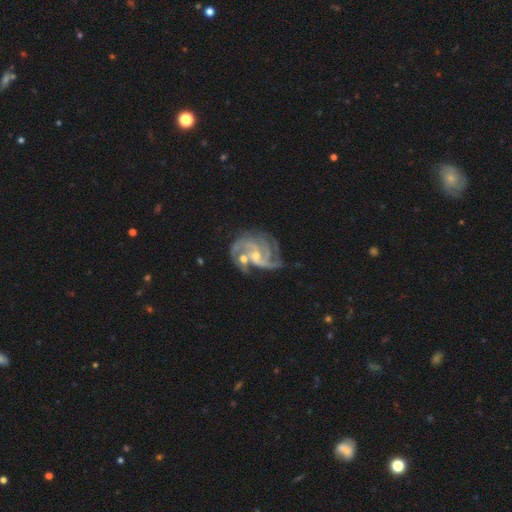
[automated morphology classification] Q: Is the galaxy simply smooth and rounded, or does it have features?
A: featured or disk — 91%.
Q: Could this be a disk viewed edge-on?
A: no — 98%.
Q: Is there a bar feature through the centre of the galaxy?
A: no — 48%.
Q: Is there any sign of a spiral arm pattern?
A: yes — 98%.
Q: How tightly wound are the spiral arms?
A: medium — 48%.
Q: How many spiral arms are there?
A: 3 — 41%.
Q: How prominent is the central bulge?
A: small — 59%.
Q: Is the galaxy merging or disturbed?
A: none — 41%.